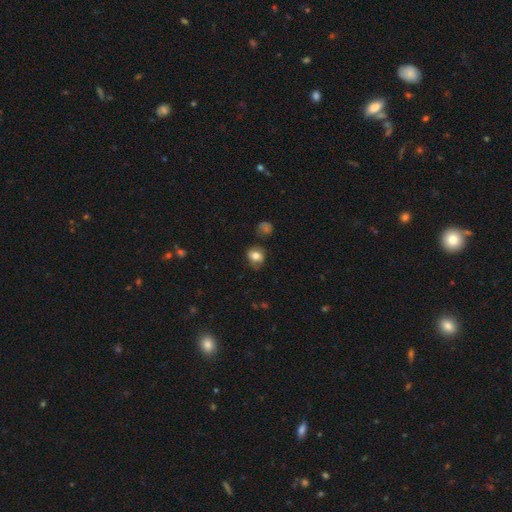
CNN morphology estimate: Smooth or featured? smooth (74%)
How rounded? round (55%)
Merging? none (70%)